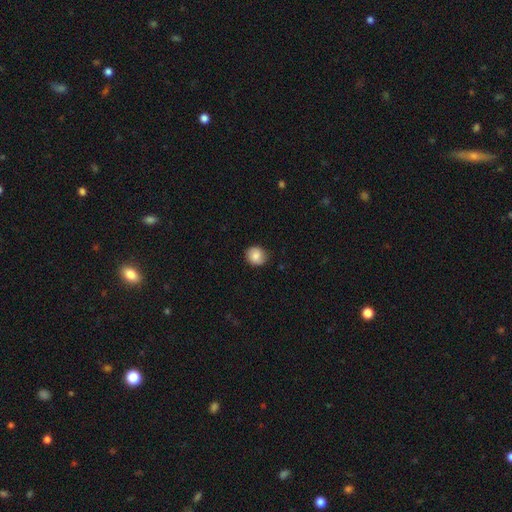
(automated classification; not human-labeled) This appears to be a smooth galaxy with no disk features (82%) that is round (83%). Merging: none (85%).